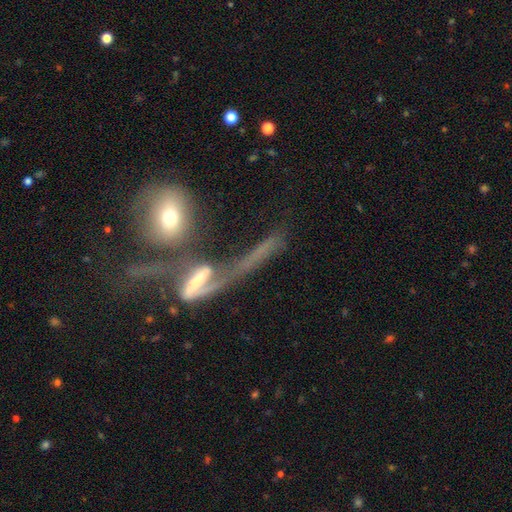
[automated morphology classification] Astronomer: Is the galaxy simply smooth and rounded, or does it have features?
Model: featured or disk — 64%.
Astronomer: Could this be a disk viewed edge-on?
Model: no — 71%.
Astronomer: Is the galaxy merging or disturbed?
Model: merger — 50%.